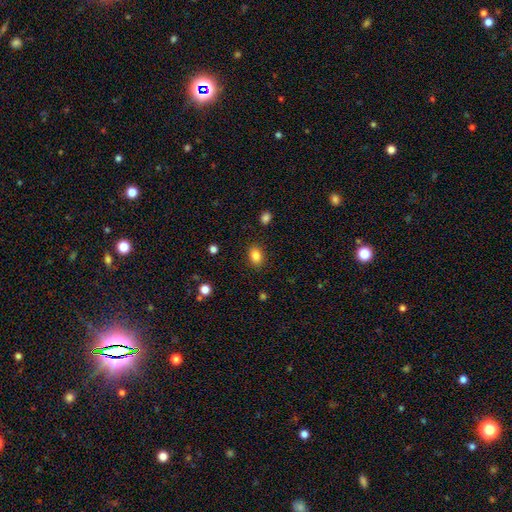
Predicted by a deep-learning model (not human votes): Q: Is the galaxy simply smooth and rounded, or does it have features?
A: smooth — 85%.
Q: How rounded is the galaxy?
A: in between — 72%.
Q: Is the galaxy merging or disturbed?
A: none — 87%.